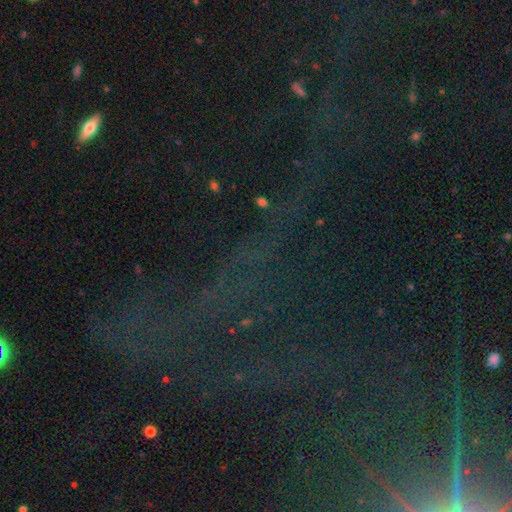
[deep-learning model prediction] star or artifact 78%, featured or disk 11%, smooth 11%.